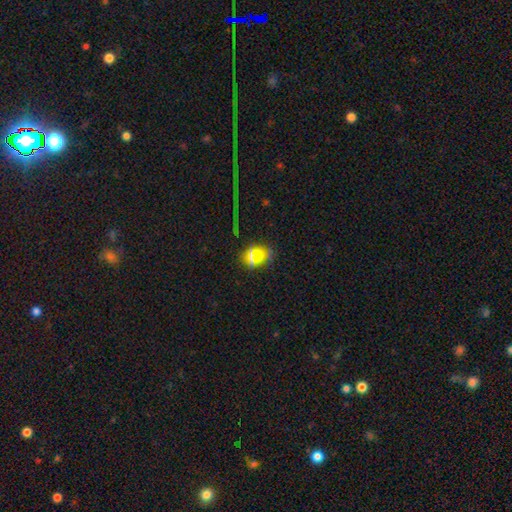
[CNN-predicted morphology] Smooth or featured? smooth (56%)
How rounded? round (53%)
Merging? none (78%)